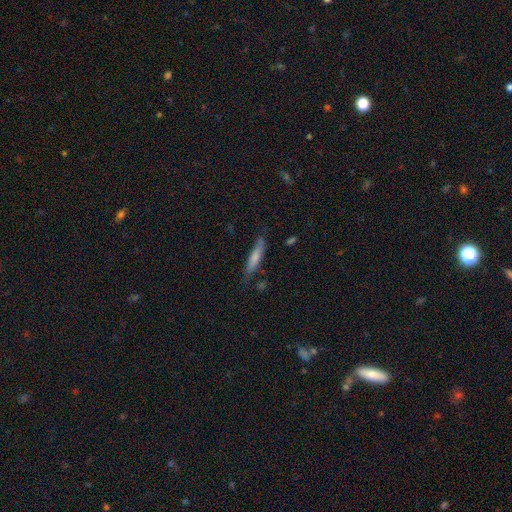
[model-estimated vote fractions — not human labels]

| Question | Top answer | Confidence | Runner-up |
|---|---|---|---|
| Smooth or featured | smooth | 61% | featured or disk (31%) |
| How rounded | cigar-shaped | 88% | in between (10%) |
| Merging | none | 76% | minor disturbance (17%) |